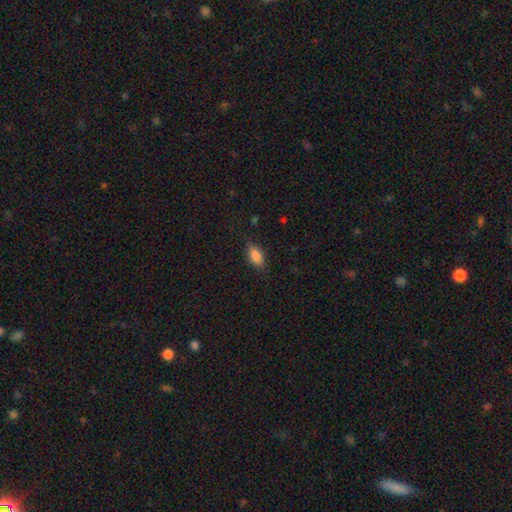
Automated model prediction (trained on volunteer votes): A smooth galaxy with no disk features (81%) that is in between round and cigar-shaped (84%).

Vote fractions:
- Smooth or featured? smooth: 81% / featured or disk: 10% / star or artifact: 8%
- How rounded? in between: 84% / cigar-shaped: 12% / round: 4%
- Merging? none: 79% / minor disturbance: 16% / major disturbance: 4% / merger: 1%